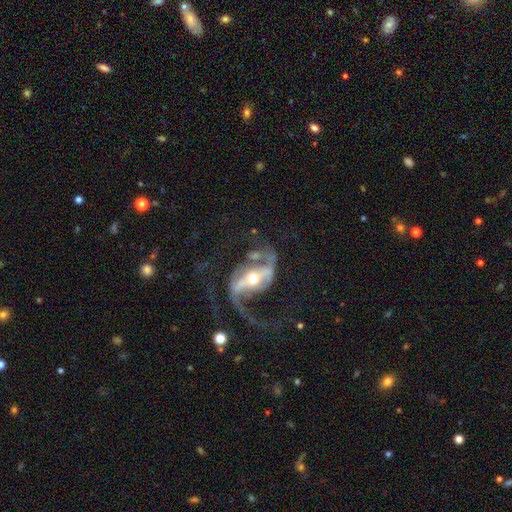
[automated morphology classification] This is clearly a featured or disk galaxy (90%). It is clearly not viewed edge-on (96%). Bar: likely strong (61%). Spiral arm pattern: clearly yes (95%). Spiral arm count: clearly 2 (87%). Spiral winding: possibly loose (54%). Central bulge: likely moderate (64%). Merging: possibly none (55%).